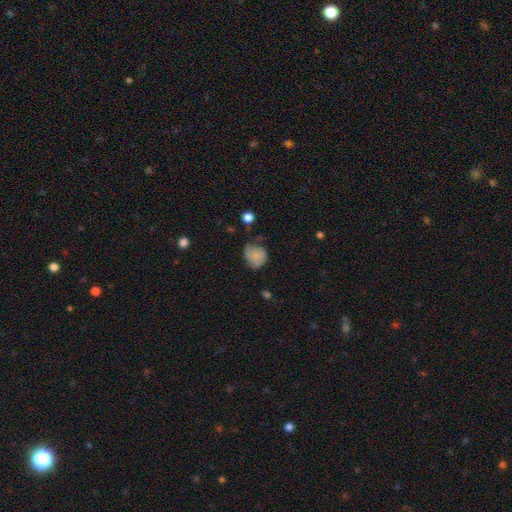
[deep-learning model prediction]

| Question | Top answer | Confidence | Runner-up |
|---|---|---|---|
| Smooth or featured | smooth | 76% | featured or disk (14%) |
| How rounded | round | 63% | in between (36%) |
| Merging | none | 45% | minor disturbance (38%) |